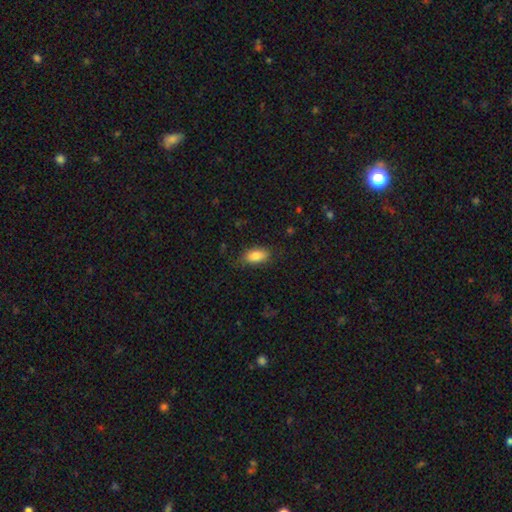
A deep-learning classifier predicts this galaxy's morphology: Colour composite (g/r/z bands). It shows a smooth galaxy with no disk features (85%) that is in between round and cigar-shaped (89%). Merging: none (76%).